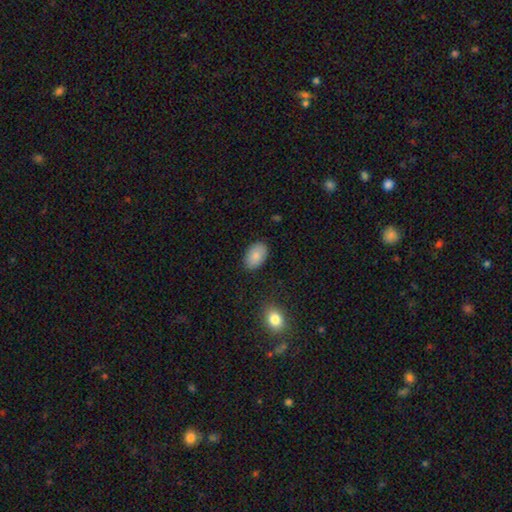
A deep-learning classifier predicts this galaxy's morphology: Smooth or featured? smooth (86%)
How rounded? in between (90%)
Merging? none (86%)